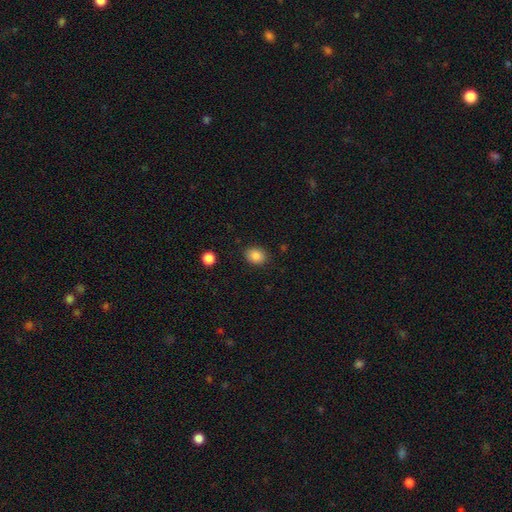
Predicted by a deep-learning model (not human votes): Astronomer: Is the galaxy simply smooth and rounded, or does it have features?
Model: smooth — 86%.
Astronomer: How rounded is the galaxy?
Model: round — 50%, tied with in between at 50%.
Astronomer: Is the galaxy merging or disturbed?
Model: none — 88%.